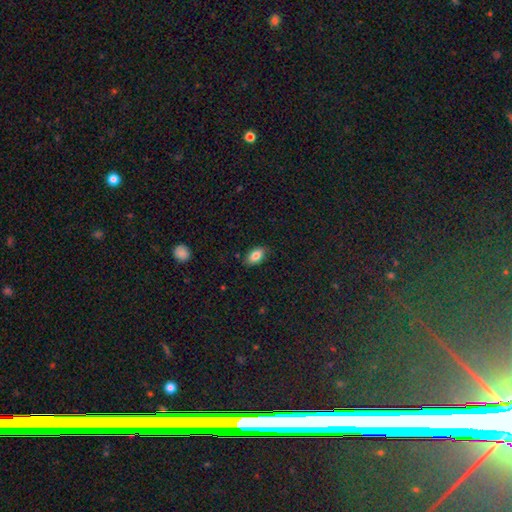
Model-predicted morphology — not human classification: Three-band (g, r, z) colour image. It shows a smooth galaxy with no disk features (83%) that is in between round and cigar-shaped (91%). Merging: none (85%).